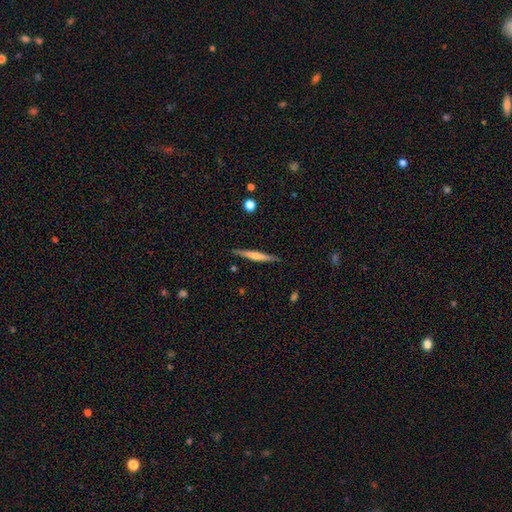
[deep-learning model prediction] Q: Smooth or featured?
A: smooth (49%); runner-up: featured or disk (46%)
Q: Merging?
A: none (89%); runner-up: minor disturbance (8%)